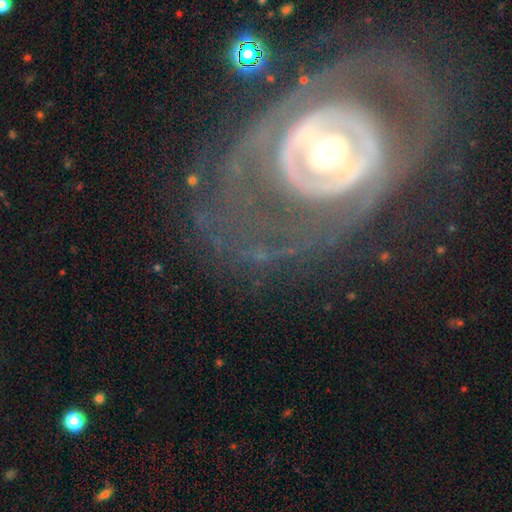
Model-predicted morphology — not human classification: Smooth or featured?
  - featured or disk: 82% *
  - smooth: 11%
  - star or artifact: 7%
Edge-on disk?
  - no: 94% *
  - yes: 6%
Bar?
  - no: 41% *
  - strong: 32%
  - weak: 27%
Spiral arms?
  - yes: 56% *
  - no: 44%
Bulge size?
  - moderate: 61% *
  - large: 20%
  - small: 14%
  - dominant: 3%
  - none: 1%
Merging?
  - none: 66% *
  - major disturbance: 17%
  - minor disturbance: 14%
  - merger: 2%